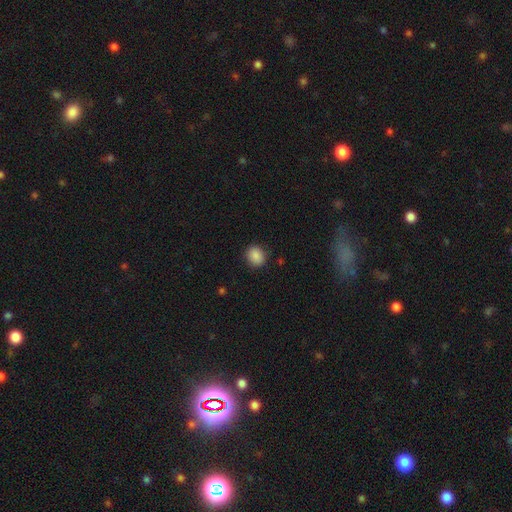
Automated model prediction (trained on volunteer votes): Overall: smooth (87%). How rounded: round (73%). Merging: none (87%).